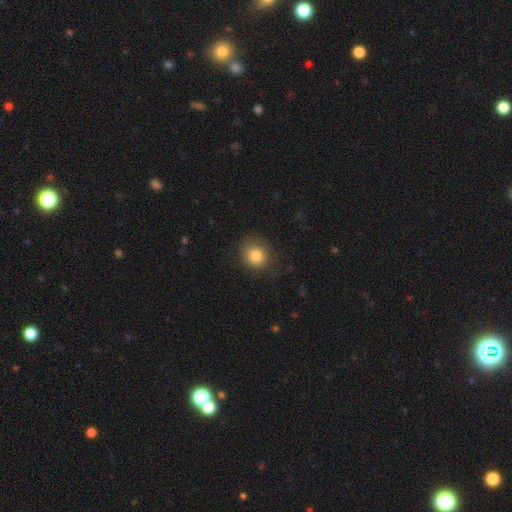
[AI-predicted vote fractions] Overall: smooth (82%). How rounded: round (79%). Merging: none (77%).